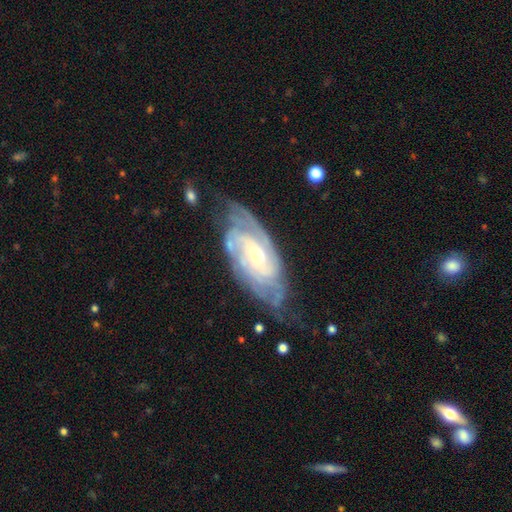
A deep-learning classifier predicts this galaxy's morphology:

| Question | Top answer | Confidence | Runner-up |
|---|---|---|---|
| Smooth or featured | featured or disk | 88% | smooth (7%) |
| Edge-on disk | no | 94% | yes (6%) |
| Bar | no | 53% | weak (35%) |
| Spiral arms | yes | 97% | no (3%) |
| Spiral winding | tight | 66% | medium (28%) |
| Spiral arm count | can't tell | 31% | 2 (27%) |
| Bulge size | small | 50% | moderate (45%) |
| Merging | none | 62% | minor disturbance (25%) |